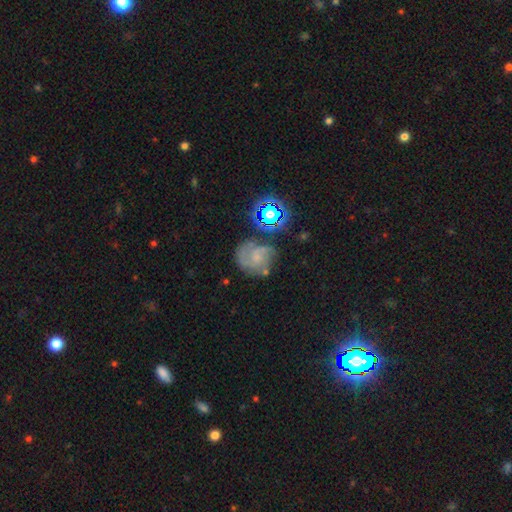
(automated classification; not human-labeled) smooth_or_featured: featured or disk (p=0.60) [alt: smooth p=0.23]
disk_edge_on: no (p=0.98) [alt: yes p=0.02]
bar: no (p=0.62) [alt: weak p=0.32]
has_spiral_arms: yes (p=0.89) [alt: no p=0.11]
spiral_winding: medium (p=0.45) [alt: tight p=0.40]
spiral_arm_count: 2 (p=0.40) [alt: can't tell p=0.25]
bulge_size: small (p=0.53) [alt: none p=0.26]
merging: none (p=0.59) [alt: minor disturbance p=0.21]